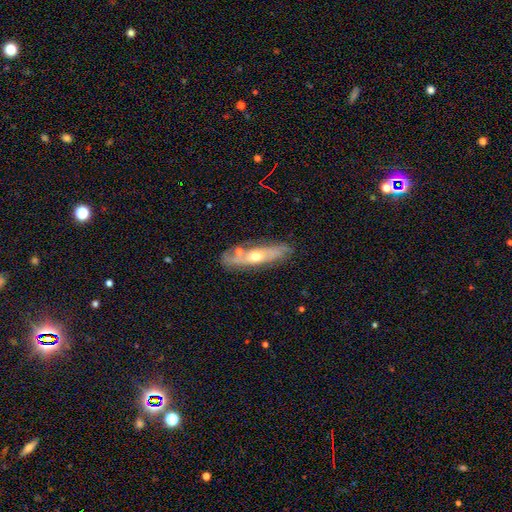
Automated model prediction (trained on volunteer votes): This appears to be a featured or disk galaxy (64%). Merging: none (69%).